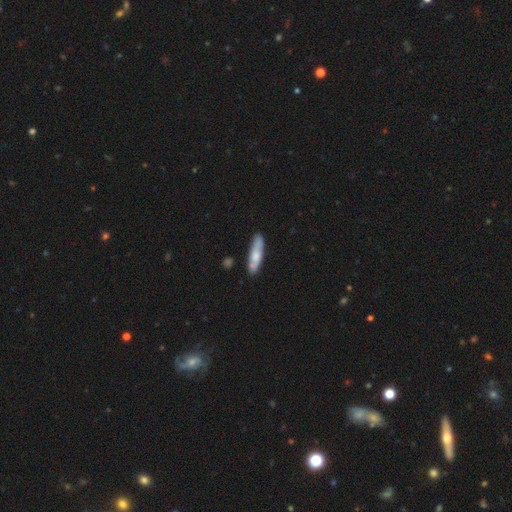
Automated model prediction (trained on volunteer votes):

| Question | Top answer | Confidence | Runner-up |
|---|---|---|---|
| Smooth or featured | smooth | 60% | featured or disk (34%) |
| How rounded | cigar-shaped | 72% | in between (26%) |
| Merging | none | 79% | minor disturbance (14%) |